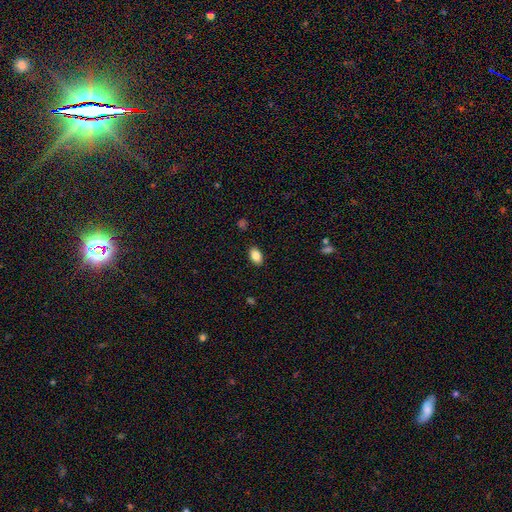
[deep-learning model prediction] Q: Smooth or featured?
A: smooth (85%); runner-up: star or artifact (8%)
Q: How rounded?
A: in between (89%); runner-up: round (9%)
Q: Merging?
A: none (88%); runner-up: minor disturbance (9%)